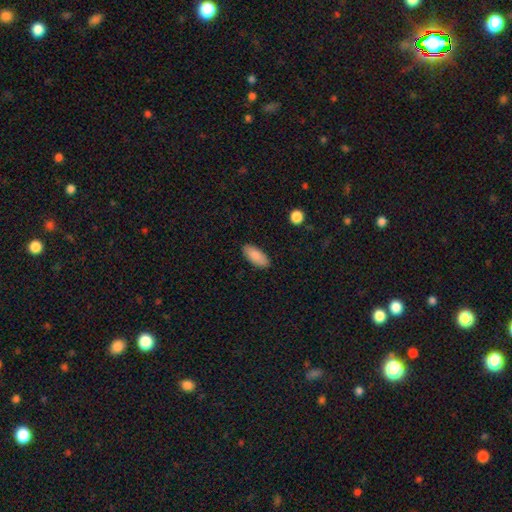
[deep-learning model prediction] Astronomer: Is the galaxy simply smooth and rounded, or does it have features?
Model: smooth — 87%.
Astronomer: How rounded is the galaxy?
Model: in between — 87%.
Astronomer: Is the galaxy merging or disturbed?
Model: none — 88%.